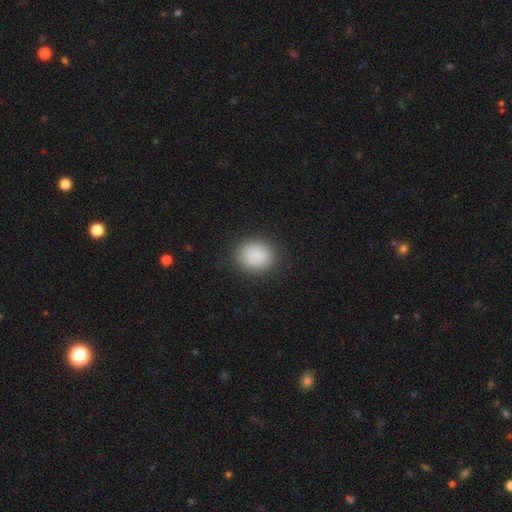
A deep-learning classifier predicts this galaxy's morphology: Overall: smooth (88%). How rounded: round (66%; in between 33%). Merging: none (89%).